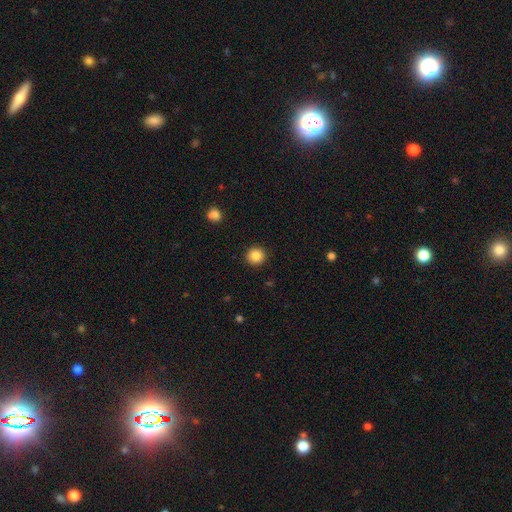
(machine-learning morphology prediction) Smooth or featured? smooth (86%)
How rounded? round (94%)
Merging? none (92%)